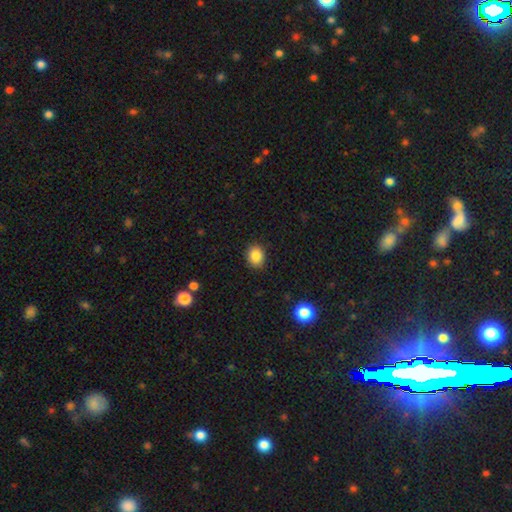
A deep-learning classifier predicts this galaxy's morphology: smooth 86%, star or artifact 9%, featured or disk 5%. Down the decision tree: how rounded — round (58%); merging — none (88%).